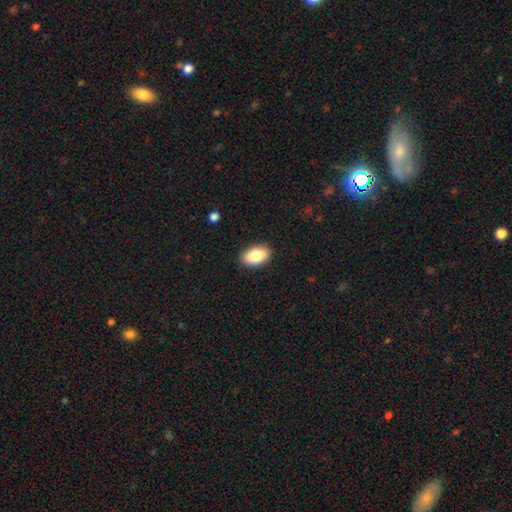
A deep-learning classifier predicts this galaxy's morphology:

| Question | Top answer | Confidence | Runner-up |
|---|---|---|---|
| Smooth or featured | smooth | 86% | featured or disk (7%) |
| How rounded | in between | 92% | round (7%) |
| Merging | none | 89% | minor disturbance (8%) |